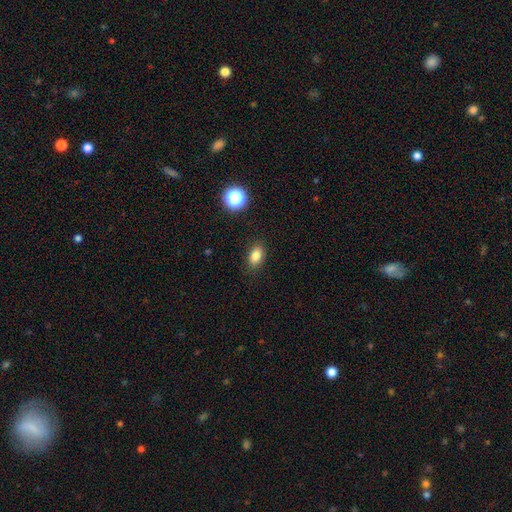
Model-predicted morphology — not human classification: A smooth galaxy with no disk features (82%) that is in between round and cigar-shaped (84%). Merging: none (87%).